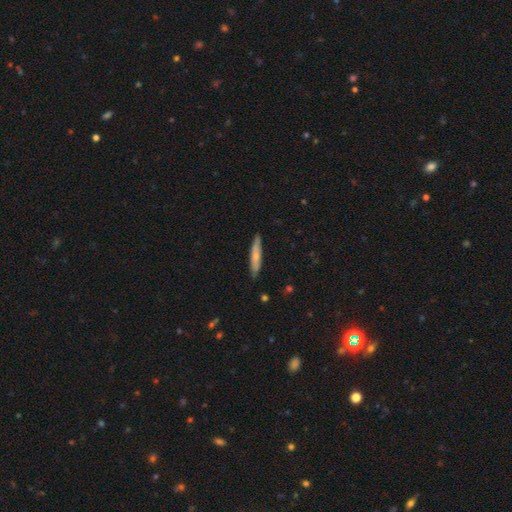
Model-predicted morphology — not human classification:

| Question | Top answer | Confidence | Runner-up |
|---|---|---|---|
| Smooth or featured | smooth | 63% | featured or disk (32%) |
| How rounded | cigar-shaped | 91% | in between (8%) |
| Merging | none | 85% | minor disturbance (12%) |